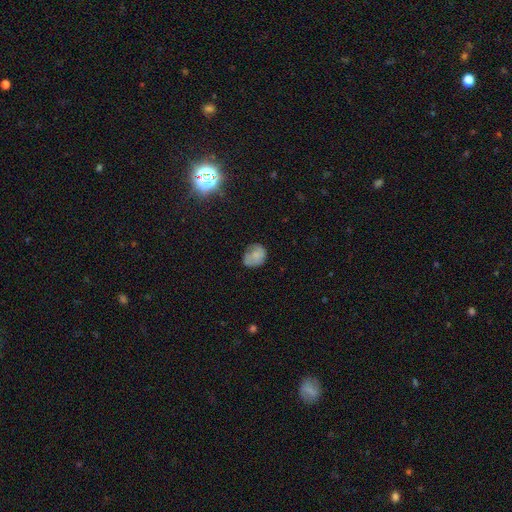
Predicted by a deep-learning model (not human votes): smooth_or_featured: smooth (p=0.72) [alt: featured or disk p=0.18]
how_rounded: round (p=0.58) [alt: in between p=0.41]
merging: none (p=0.60) [alt: minor disturbance p=0.29]